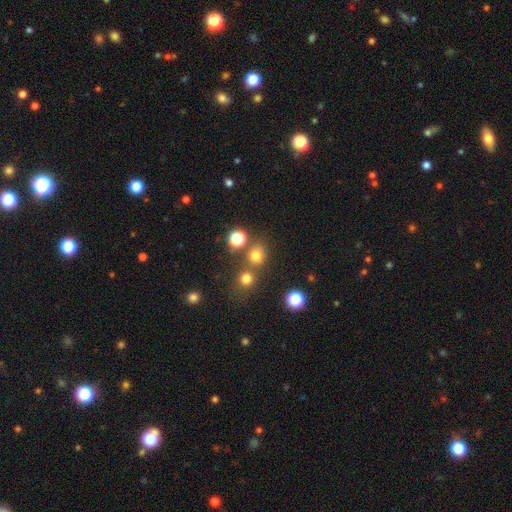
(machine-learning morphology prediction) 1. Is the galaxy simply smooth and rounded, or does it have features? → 72% smooth, 20% star or artifact, 8% featured or disk.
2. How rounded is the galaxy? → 77% round, 22% in between, 1% cigar-shaped.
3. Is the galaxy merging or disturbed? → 64% none, 22% merger, 9% minor disturbance, 4% major disturbance.